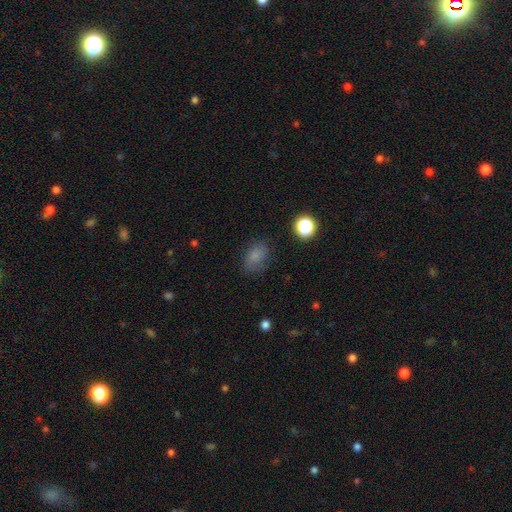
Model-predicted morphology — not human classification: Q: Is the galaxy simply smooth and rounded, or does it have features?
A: smooth — 77%.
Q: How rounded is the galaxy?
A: in between — 77%.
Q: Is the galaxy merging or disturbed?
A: none — 74%.